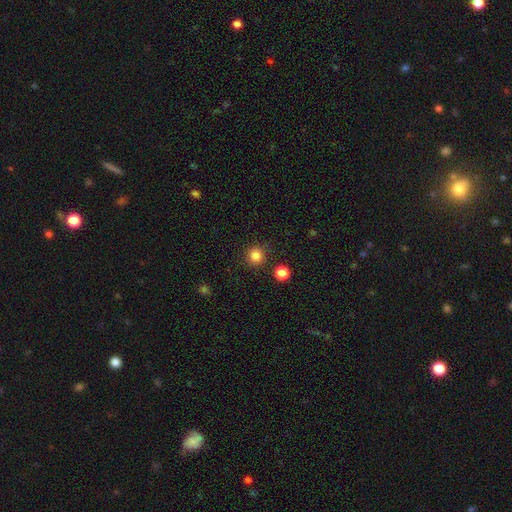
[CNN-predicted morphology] type=smooth (83%); roundness=round (94%); merging=none (88%).